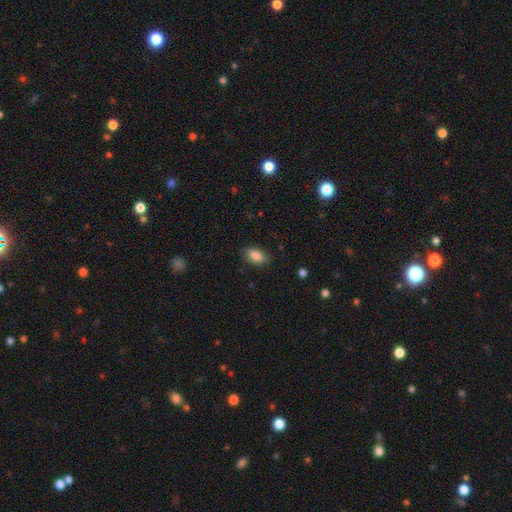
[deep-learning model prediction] A smooth galaxy with no disk features (86%) that is in between round and cigar-shaped (90%).

Vote fractions:
- Smooth or featured? smooth: 86% / star or artifact: 8% / featured or disk: 6%
- How rounded? in between: 90% / round: 8% / cigar-shaped: 3%
- Merging? none: 85% / minor disturbance: 12% / major disturbance: 3% / merger: 1%